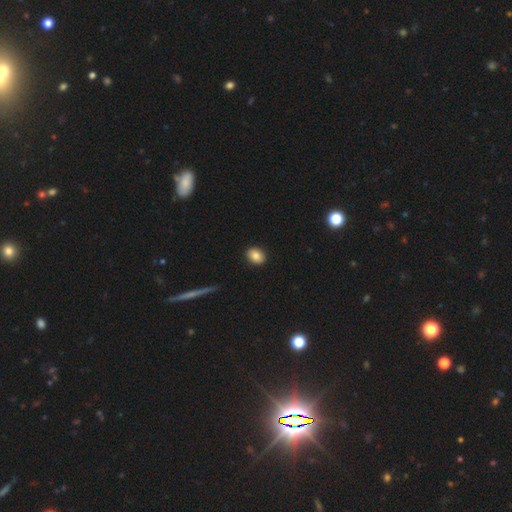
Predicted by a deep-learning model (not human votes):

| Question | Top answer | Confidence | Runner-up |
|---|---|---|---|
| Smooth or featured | smooth | 84% | star or artifact (8%) |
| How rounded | in between | 58% | round (40%) |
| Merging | none | 91% | minor disturbance (7%) |